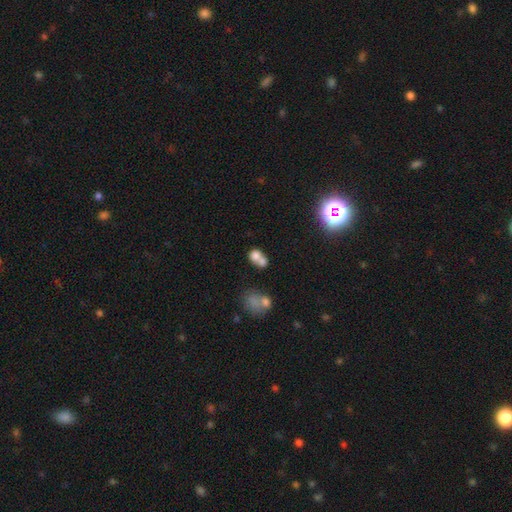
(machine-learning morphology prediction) This is likely a smooth galaxy (68%). How rounded: possibly round (52%). Merging: likely merger (61%).